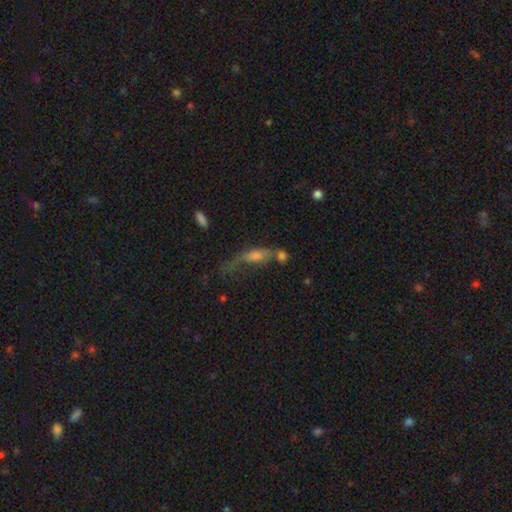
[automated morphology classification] A smooth galaxy with no disk features (43%).

Vote fractions:
- Smooth or featured? smooth: 43% / featured or disk: 42% / star or artifact: 15%
- Merging? major disturbance: 30% / none: 27% / merger: 24% / minor disturbance: 18%